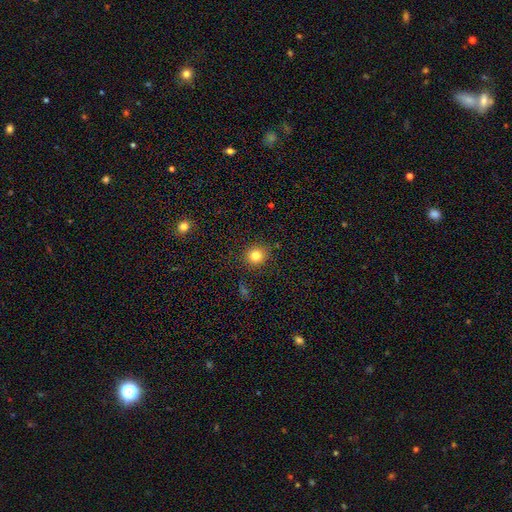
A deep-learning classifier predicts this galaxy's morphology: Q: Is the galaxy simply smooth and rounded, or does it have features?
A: smooth — 82%.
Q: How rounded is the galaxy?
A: round — 89%.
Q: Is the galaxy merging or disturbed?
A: none — 88%.